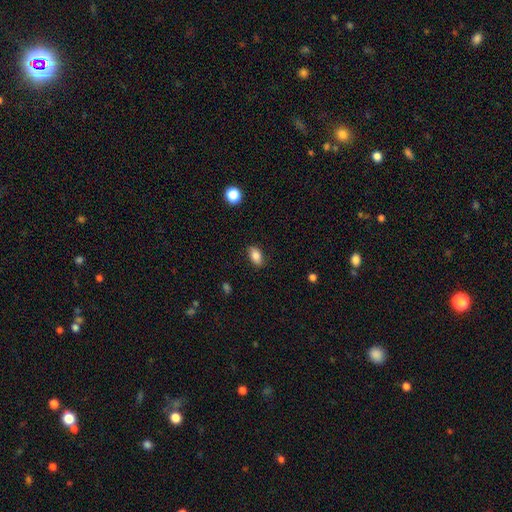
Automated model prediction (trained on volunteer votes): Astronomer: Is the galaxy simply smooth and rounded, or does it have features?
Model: smooth — 84%.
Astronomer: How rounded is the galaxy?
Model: in between — 88%.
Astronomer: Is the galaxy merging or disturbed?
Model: none — 86%.